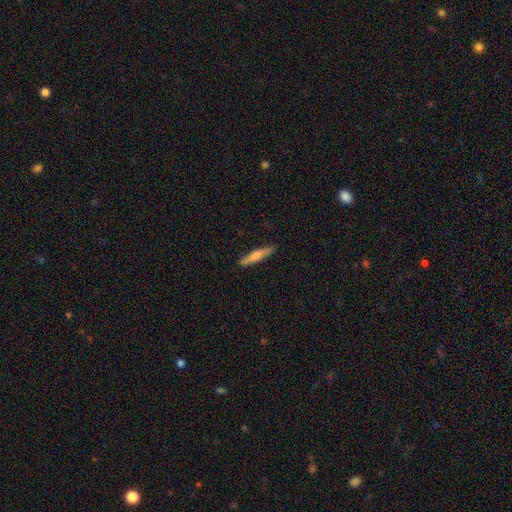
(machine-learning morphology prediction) This appears to be a smooth galaxy with no disk features (70%) that is cigar-shaped (90%). Merging: none (85%).